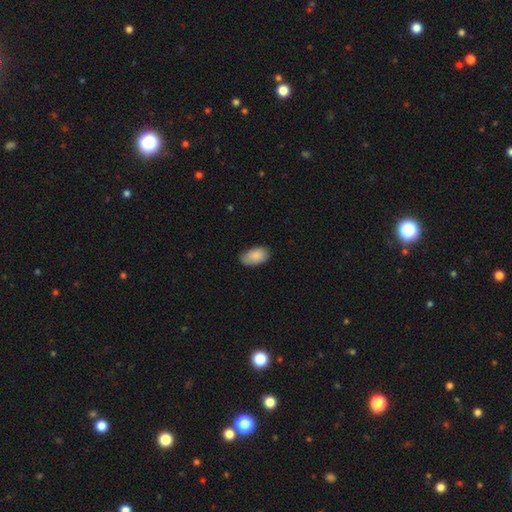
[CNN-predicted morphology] This appears to be a smooth galaxy with no disk features (86%) that is in between round and cigar-shaped (94%). Merging: none (70%).